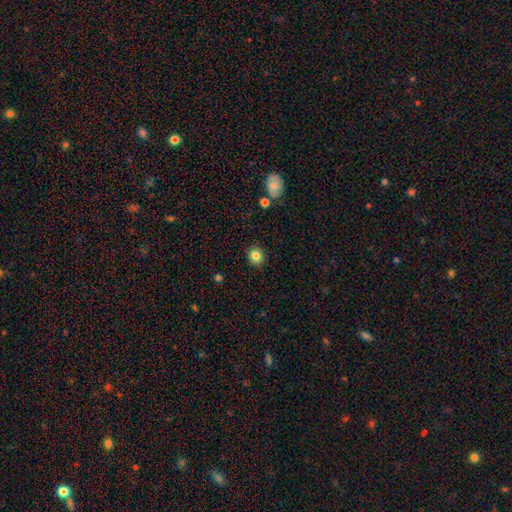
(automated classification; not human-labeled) smooth 83%, star or artifact 11%, featured or disk 6%. Down the decision tree: how rounded — round (83%); merging — none (90%).